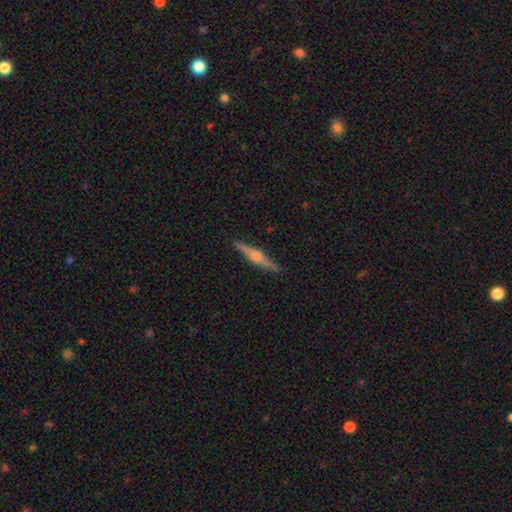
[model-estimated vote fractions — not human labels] The model was most divided on "smooth or featured": featured or disk: 76%, smooth: 18%, star or artifact: 6%. More confident: edge-on disk — yes (98%); merging — none (92%); edge-on bulge — rounded (86%).